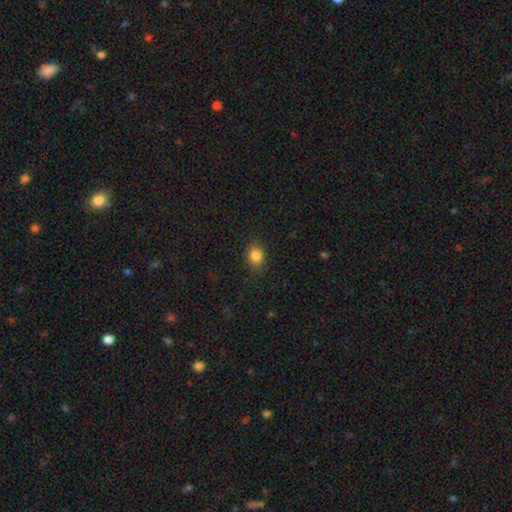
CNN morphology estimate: Smooth or featured: smooth — 85% (star or artifact — 10%)
How rounded: in between — 53% (round — 46%)
Merging: none — 86% (minor disturbance — 11%)